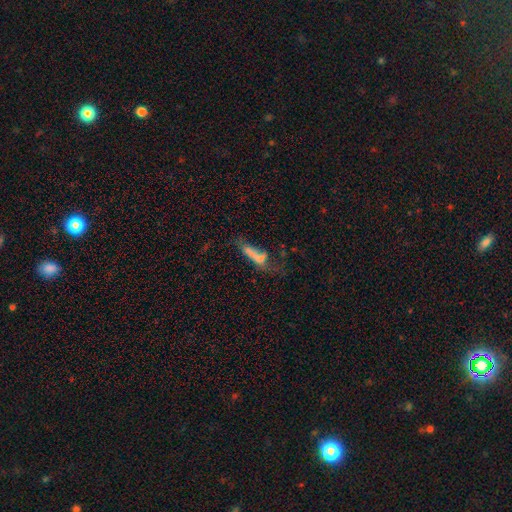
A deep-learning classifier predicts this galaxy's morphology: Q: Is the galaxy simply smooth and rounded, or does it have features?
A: smooth — 54%.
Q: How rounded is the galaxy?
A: cigar-shaped — 55%.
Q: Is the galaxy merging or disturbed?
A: major disturbance — 40%.